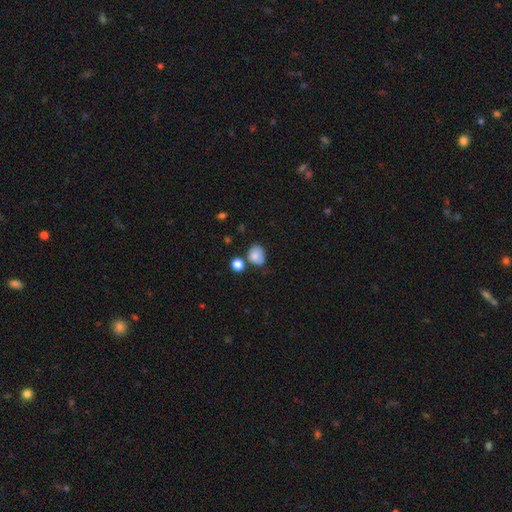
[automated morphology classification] Q: Smooth or featured?
A: smooth (80%); runner-up: featured or disk (10%)
Q: How rounded?
A: round (50%); runner-up: in between (49%)
Q: Merging?
A: none (54%); runner-up: minor disturbance (28%)